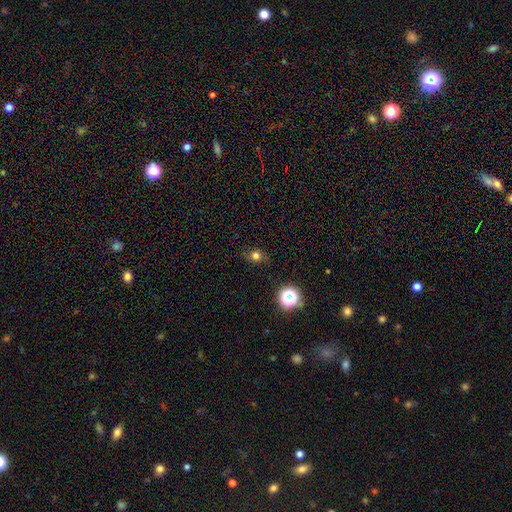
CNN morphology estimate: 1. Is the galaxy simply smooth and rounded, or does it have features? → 72% smooth, 19% star or artifact, 9% featured or disk.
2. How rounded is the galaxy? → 77% round, 22% in between, 2% cigar-shaped.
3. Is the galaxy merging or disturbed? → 78% none, 15% minor disturbance, 5% major disturbance, 2% merger.